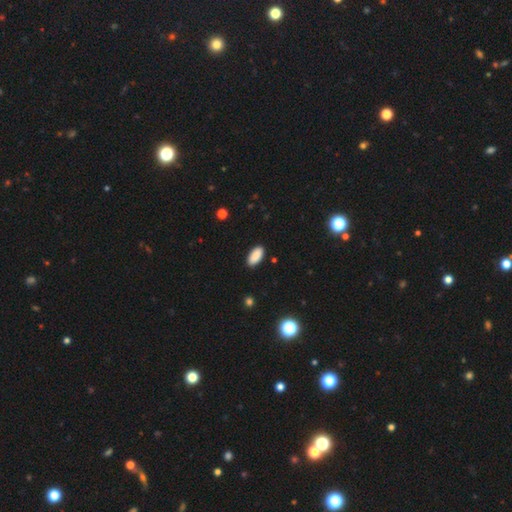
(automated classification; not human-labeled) Smooth or featured? smooth (89%)
How rounded? in between (93%)
Merging? none (88%)